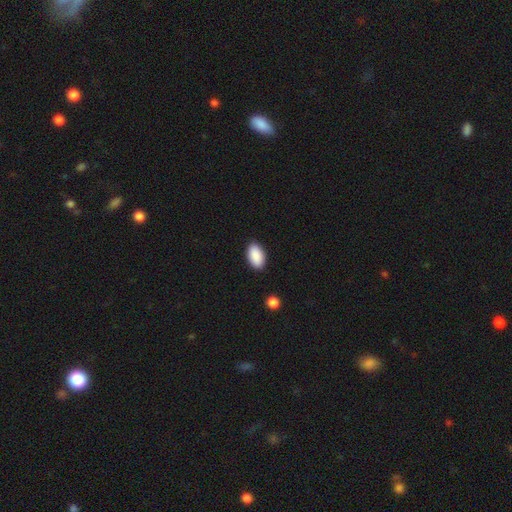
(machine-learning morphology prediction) Smooth or featured? smooth (91%)
How rounded? in between (95%)
Merging? none (89%)